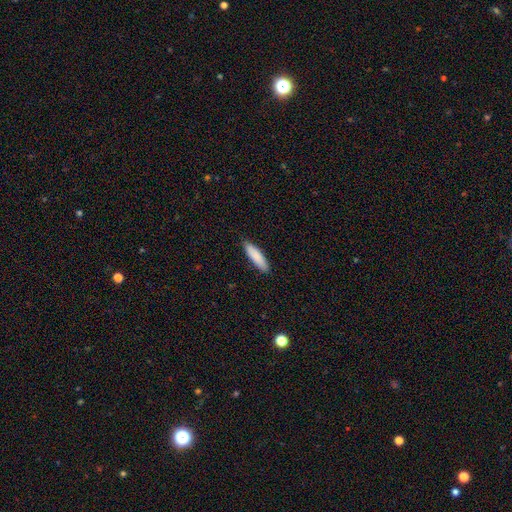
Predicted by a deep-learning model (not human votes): Q: Smooth or featured?
A: smooth (86%); runner-up: featured or disk (8%)
Q: How rounded?
A: cigar-shaped (65%); runner-up: in between (33%)
Q: Merging?
A: none (87%); runner-up: minor disturbance (11%)